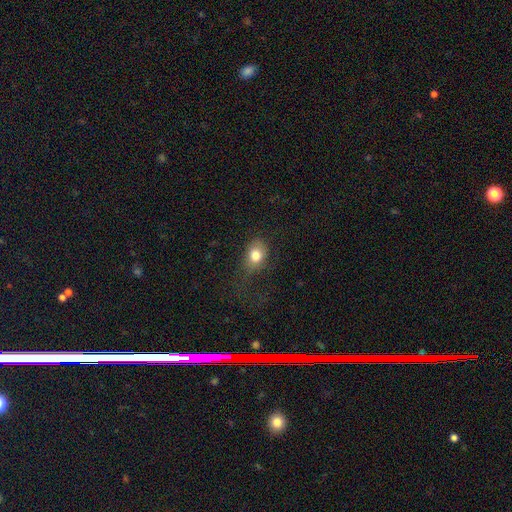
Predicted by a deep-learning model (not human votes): Q: Smooth or featured?
A: smooth (80%); runner-up: star or artifact (10%)
Q: How rounded?
A: in between (60%); runner-up: round (39%)
Q: Merging?
A: none (59%); runner-up: minor disturbance (24%)